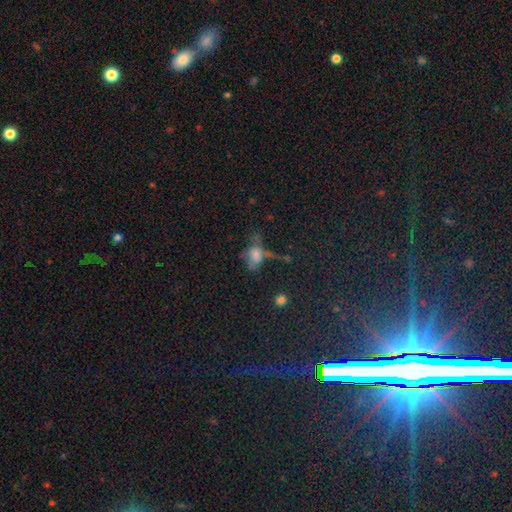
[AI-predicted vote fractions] The model was most divided on "merging": major disturbance: 34%, none: 30%, minor disturbance: 19%, merger: 17%. Remaining: smooth or featured — smooth (49%).